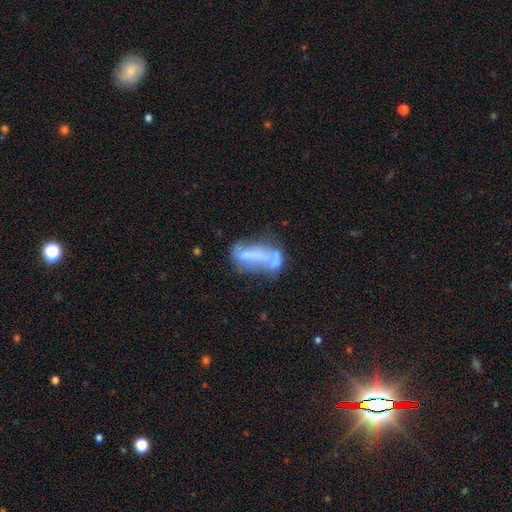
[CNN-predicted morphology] Smooth or featured? Predicted: featured or disk (p=0.56). Edge-on disk? Predicted: no (p=0.88). Merging? Predicted: merger (p=0.30).